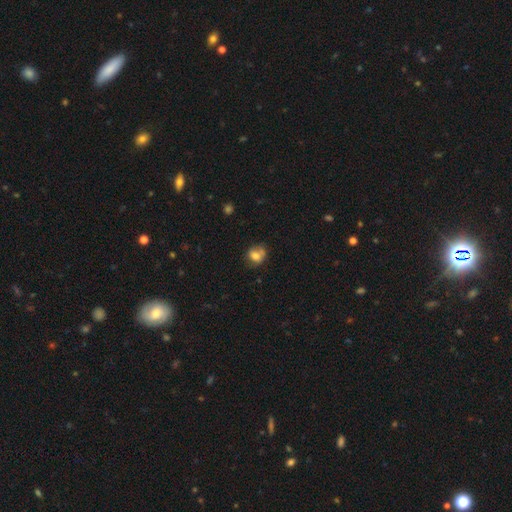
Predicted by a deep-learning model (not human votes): Morphology: type=smooth (71%); roundness=round (62%); merging=none (50%).